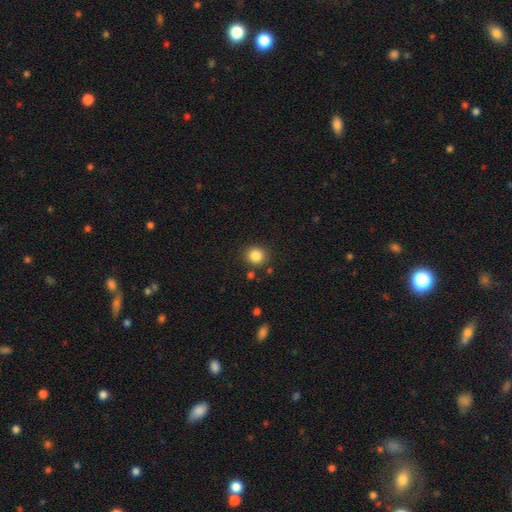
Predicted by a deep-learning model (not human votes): Smooth or featured?
  - smooth: 85% *
  - star or artifact: 11%
  - featured or disk: 4%
How rounded?
  - round: 87% *
  - in between: 12%
  - cigar-shaped: 1%
Merging?
  - none: 86% *
  - minor disturbance: 8%
  - merger: 3%
  - major disturbance: 3%